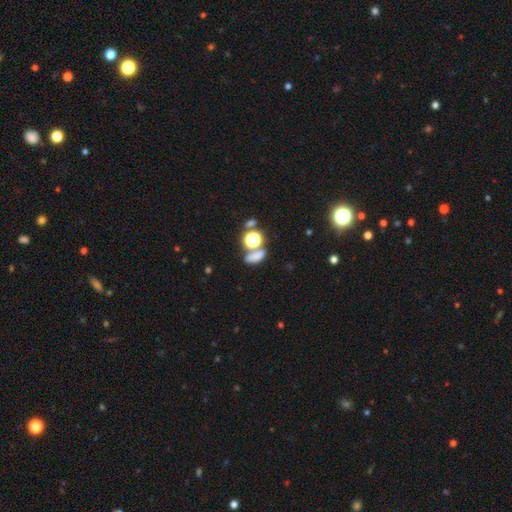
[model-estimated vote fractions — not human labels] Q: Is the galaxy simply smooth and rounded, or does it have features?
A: smooth — 64%.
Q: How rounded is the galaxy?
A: in between — 52%.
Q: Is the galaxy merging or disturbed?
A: none — 53%.